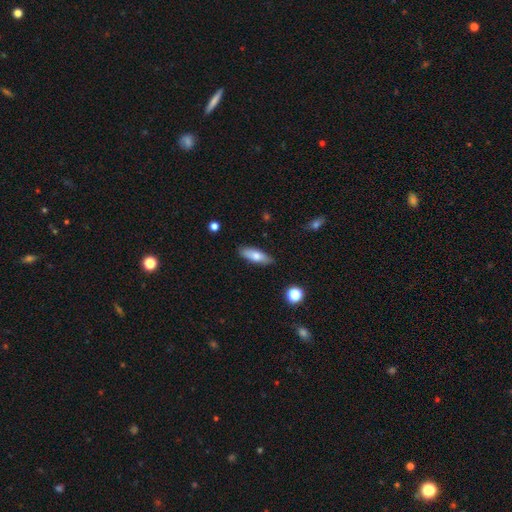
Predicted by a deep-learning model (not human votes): Overall: smooth (74%). How rounded: in between (60%; cigar-shaped 38%). Merging: none (85%).